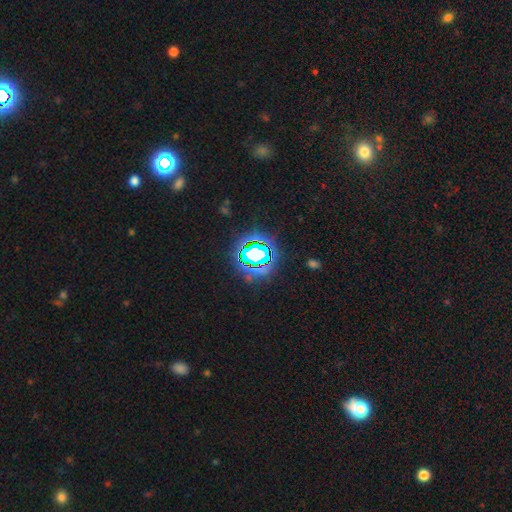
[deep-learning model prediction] This appears to be a star or artifact, not a galaxy (72%).